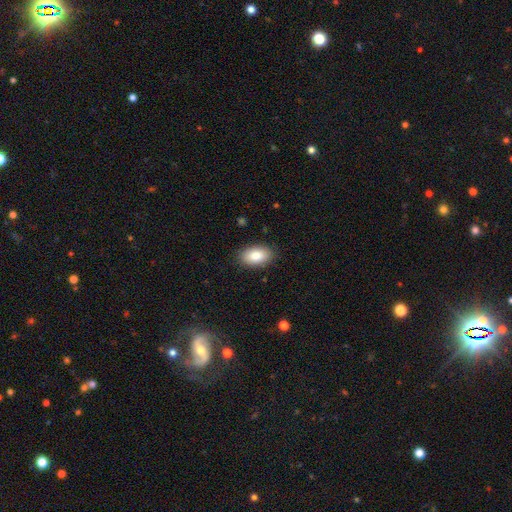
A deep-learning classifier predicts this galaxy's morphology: Smooth or featured? smooth (86%)
How rounded? in between (92%)
Merging? none (87%)